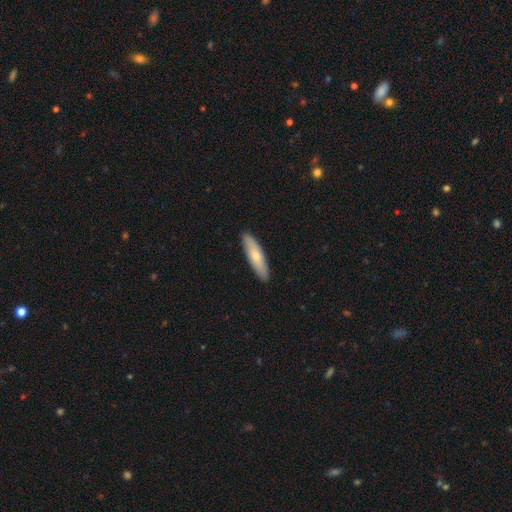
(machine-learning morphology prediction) type=smooth (67%); roundness=cigar-shaped (72%); merging=none (91%).